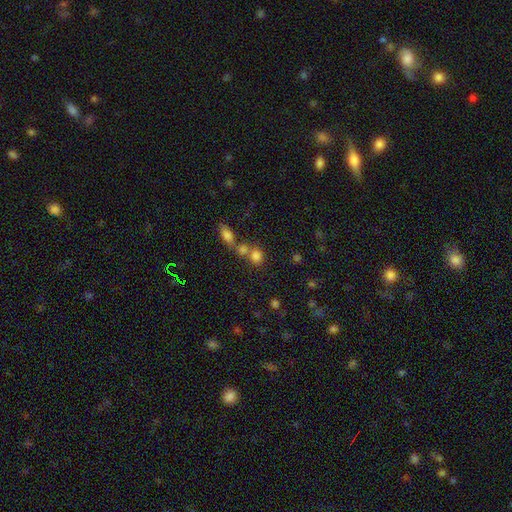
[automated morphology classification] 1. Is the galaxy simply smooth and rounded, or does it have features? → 78% smooth, 14% star or artifact, 8% featured or disk.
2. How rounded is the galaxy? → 80% round, 19% in between, 2% cigar-shaped.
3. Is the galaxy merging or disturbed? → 48% none, 40% merger, 8% minor disturbance, 4% major disturbance.